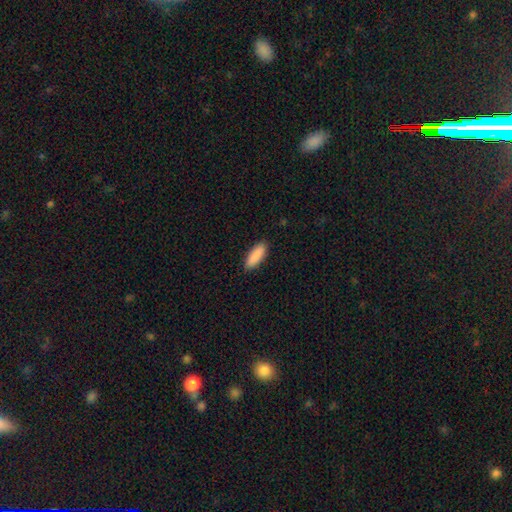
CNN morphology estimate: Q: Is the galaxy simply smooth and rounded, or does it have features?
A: smooth — 90%.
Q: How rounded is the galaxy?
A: in between — 66%.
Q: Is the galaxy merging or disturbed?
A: none — 89%.